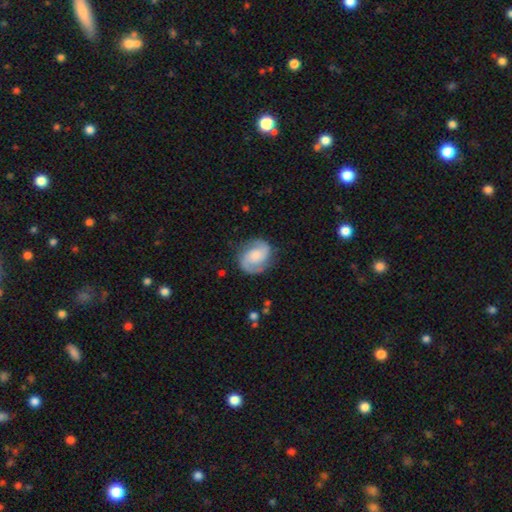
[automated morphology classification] Smooth or featured? featured or disk (82%)
Edge-on disk? no (98%)
Bar? no (58%)
Spiral arms? yes (97%)
Spiral winding? medium (52%)
Spiral arm count? 2 (91%)
Bulge size? moderate (36%)
Merging? none (80%)